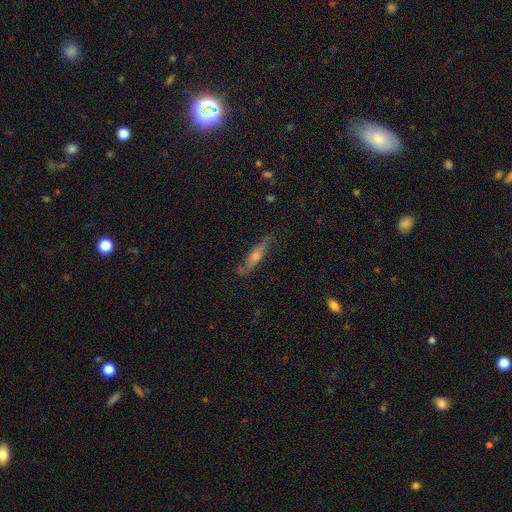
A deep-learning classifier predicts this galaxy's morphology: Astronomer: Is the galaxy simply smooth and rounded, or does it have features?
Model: featured or disk — 53% (runner-up: smooth, 39%).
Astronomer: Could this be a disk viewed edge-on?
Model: yes — 75%.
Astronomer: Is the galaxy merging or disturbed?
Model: none — 78%.